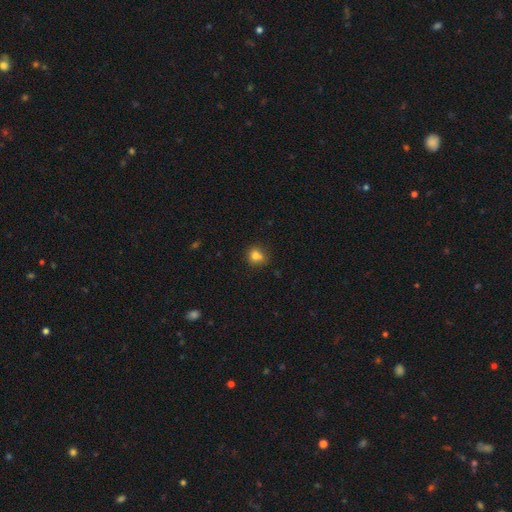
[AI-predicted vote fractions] This is likely a smooth galaxy (78%). How rounded: likely round (75%). Merging: likely none (62%).